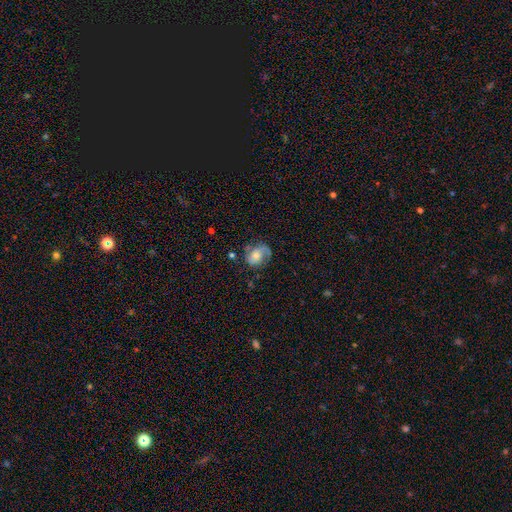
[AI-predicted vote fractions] A featured or disk galaxy (56%) with no bar (71%), spiral arms (81%) and a moderate central bulge (53%).

Vote fractions:
- Smooth or featured? featured or disk: 56% / smooth: 36% / star or artifact: 8%
- Edge-on disk? no: 97% / yes: 3%
- Bar? no: 71% / weak: 24% / strong: 5%
- Spiral arms? yes: 81% / no: 19%
- Bulge size? moderate: 53% / small: 37% / large: 6% / none: 3% / dominant: 1%
- Merging? none: 52% / minor disturbance: 26% / major disturbance: 18% / merger: 3%